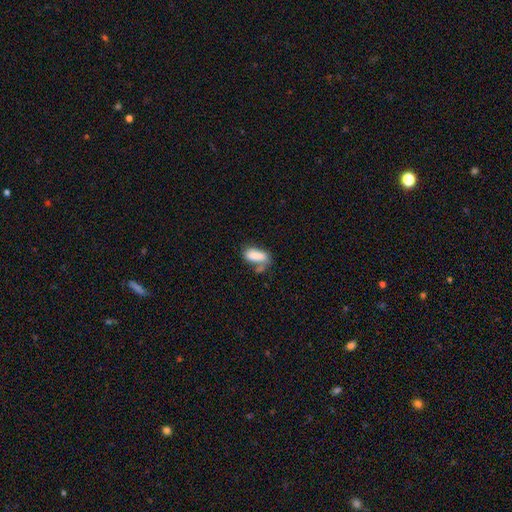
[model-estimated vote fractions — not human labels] Overall: smooth (79%). How rounded: in between (82%). Merging: none (36%; merger 25%).